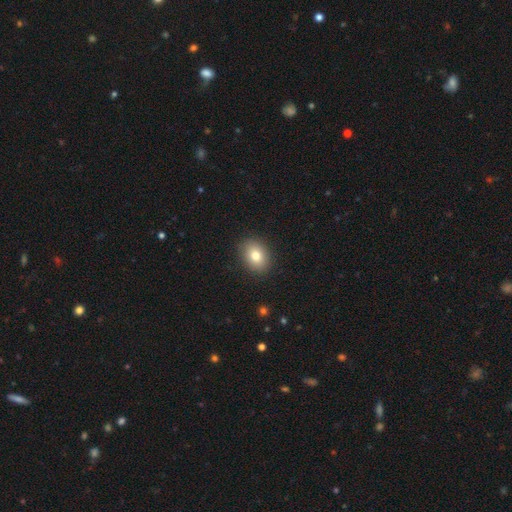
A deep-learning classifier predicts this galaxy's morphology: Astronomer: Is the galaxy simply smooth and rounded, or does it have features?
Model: smooth — 80%.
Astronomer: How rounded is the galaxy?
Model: in between — 64%.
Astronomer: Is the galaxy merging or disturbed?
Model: none — 89%.